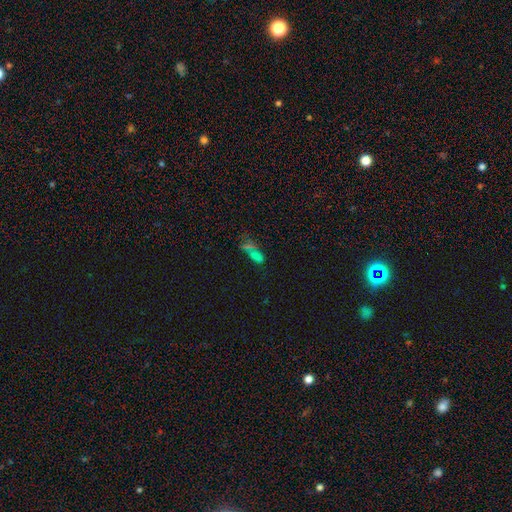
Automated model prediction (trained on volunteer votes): Overall: smooth (49%; star or artifact 39%). Merging: none (44%; merger 29%).